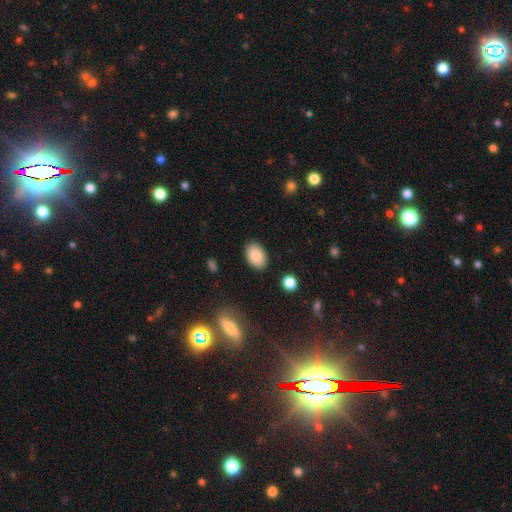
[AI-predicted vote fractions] smooth-or-featured: smooth: 87% | star or artifact: 7% | featured or disk: 6%
  how-rounded: in between: 89% | round: 10% | cigar-shaped: 1%
  merging: none: 87% | minor disturbance: 9% | major disturbance: 2% | merger: 1%